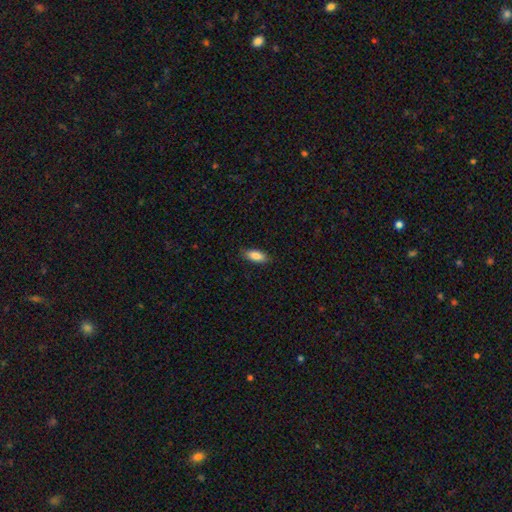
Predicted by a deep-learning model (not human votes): Smooth or featured? Predicted: smooth (p=0.87). How rounded? Predicted: in between (p=0.80). Merging? Predicted: none (p=0.86).